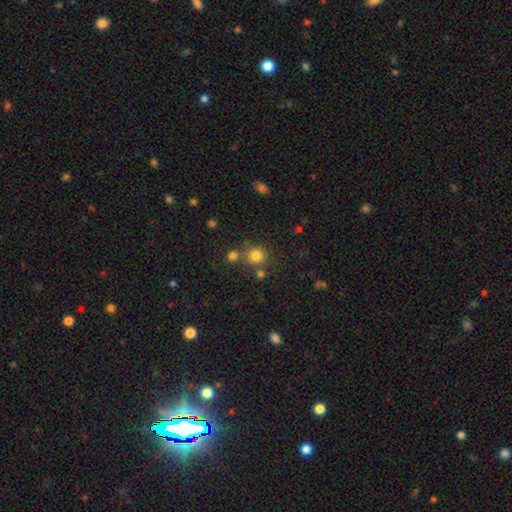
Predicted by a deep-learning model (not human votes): Q: Smooth or featured?
A: smooth (79%); runner-up: star or artifact (15%)
Q: How rounded?
A: round (88%); runner-up: in between (11%)
Q: Merging?
A: none (71%); runner-up: merger (16%)